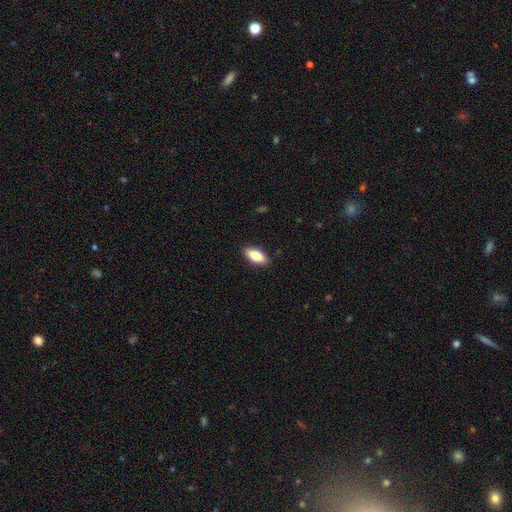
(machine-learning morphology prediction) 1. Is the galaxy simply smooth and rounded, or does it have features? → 78% smooth, 15% featured or disk, 7% star or artifact.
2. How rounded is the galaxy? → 85% in between, 12% cigar-shaped, 3% round.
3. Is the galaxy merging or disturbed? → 88% none, 9% minor disturbance, 2% major disturbance, 1% merger.